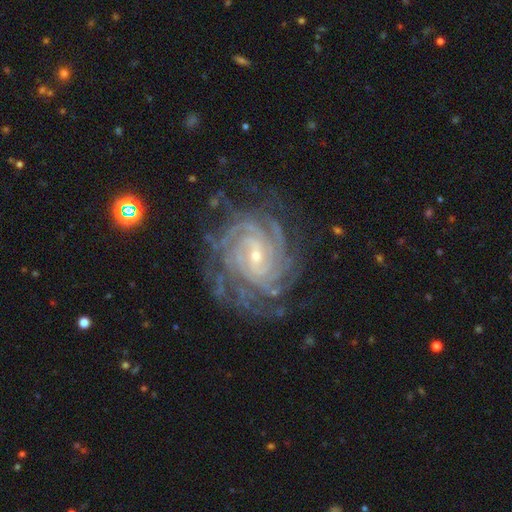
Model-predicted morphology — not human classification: featured or disk 92%, star or artifact 5%, smooth 3%. Down the decision tree: edge-on disk — no (98%); bar — weak (45%); spiral arms — yes (98%); spiral arm count — 4 (27%); spiral winding — tight (80%); bulge size — small (76%); merging — none (75%).